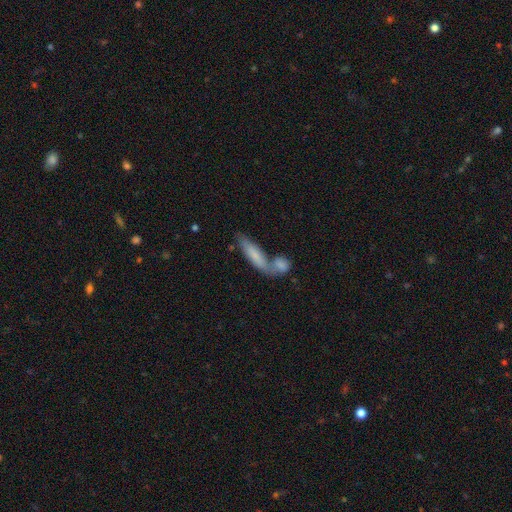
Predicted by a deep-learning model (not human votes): This is likely a smooth galaxy (70%). How rounded: likely cigar-shaped (64%). Merging: possibly merger (46%).